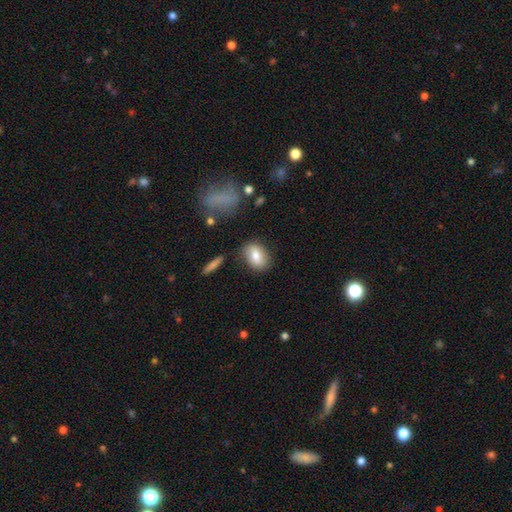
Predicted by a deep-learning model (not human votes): Morphology: type=smooth (74%); roundness=in between (78%); merging=none (80%).